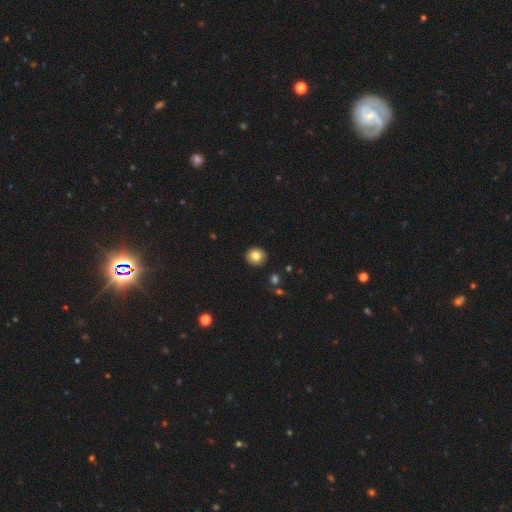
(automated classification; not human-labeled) smooth_or_featured: smooth (p=0.81) [alt: star or artifact p=0.10]
how_rounded: round (p=0.87) [alt: in between p=0.12]
merging: none (p=0.91) [alt: minor disturbance p=0.06]